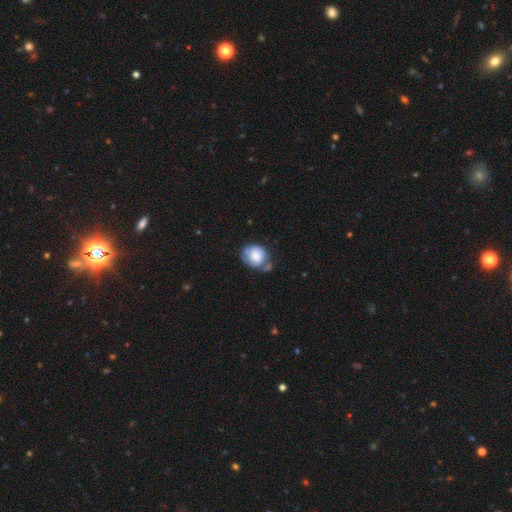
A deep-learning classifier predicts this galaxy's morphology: Smooth or featured? smooth (60%)
How rounded? round (67%)
Merging? none (38%)